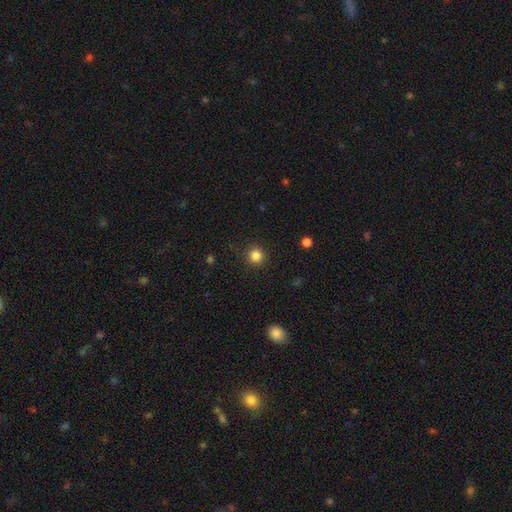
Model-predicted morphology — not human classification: A smooth galaxy with no disk features (84%) that is round (94%).

Vote fractions:
- Smooth or featured? smooth: 84% / star or artifact: 12% / featured or disk: 4%
- How rounded? round: 94% / in between: 5% / cigar-shaped: 1%
- Merging? none: 90% / minor disturbance: 6% / major disturbance: 2% / merger: 1%